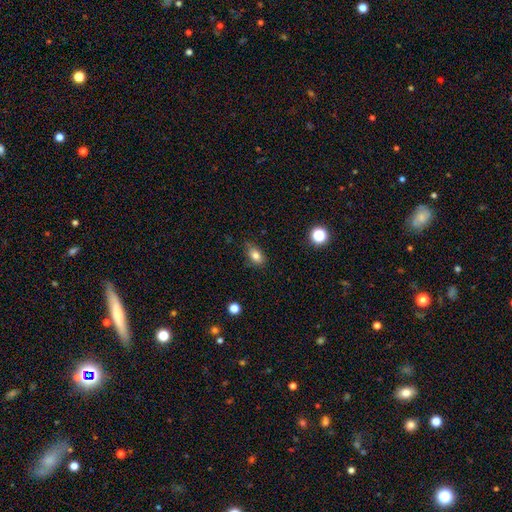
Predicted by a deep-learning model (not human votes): This is clearly a smooth galaxy (81%). How rounded: clearly in between (82%). Merging: likely none (73%).